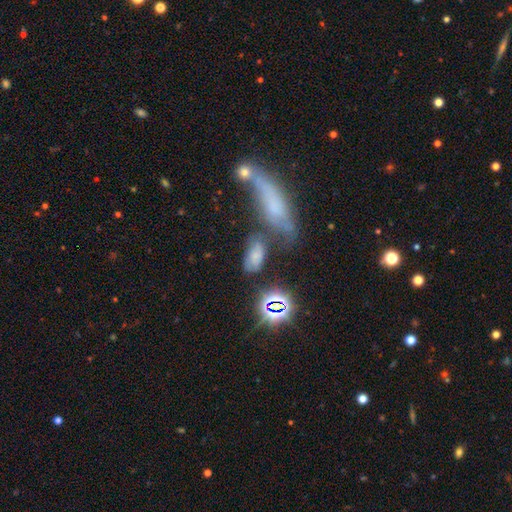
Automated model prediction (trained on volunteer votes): smooth 56%, star or artifact 25%, featured or disk 20%. Down the decision tree: how rounded — in between (90%); merging — none (45%).